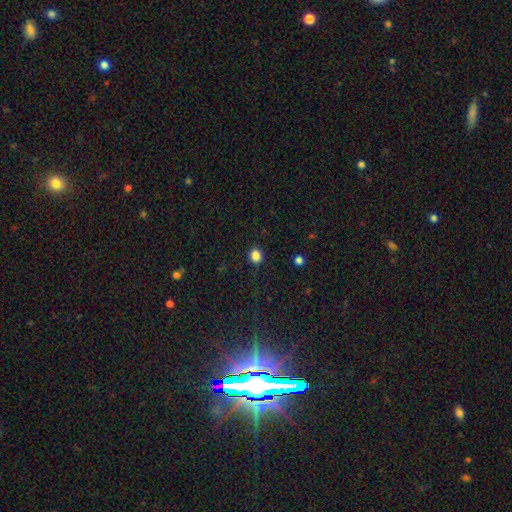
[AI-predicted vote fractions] Overall: smooth (85%). How rounded: round (75%). Merging: none (88%).